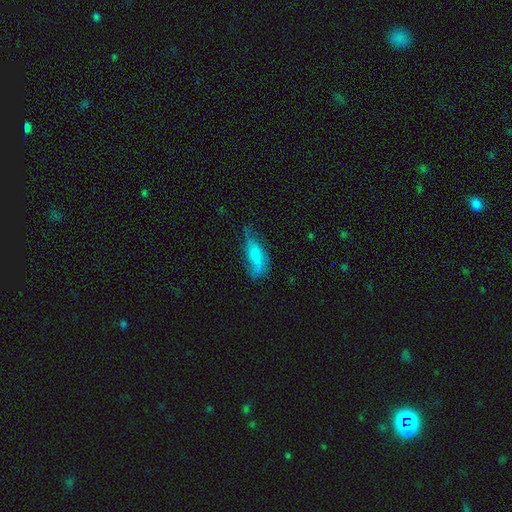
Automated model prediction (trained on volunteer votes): smooth 63%, featured or disk 28%, star or artifact 8%. Down the decision tree: how rounded — in between (68%); merging — none (41%).